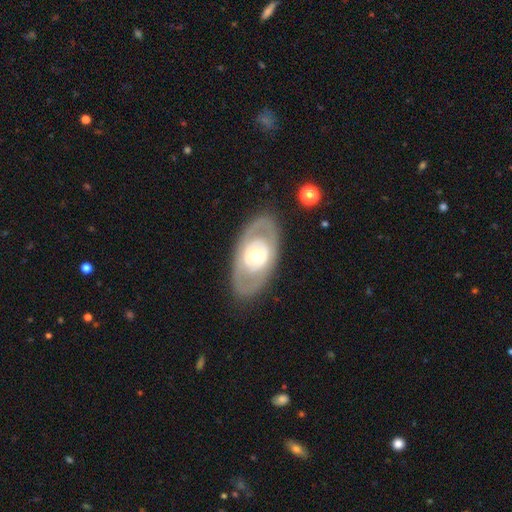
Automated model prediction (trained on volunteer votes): Smooth or featured? Predicted: featured or disk (p=0.64). Edge-on disk? Predicted: no (p=0.89). Bar? Predicted: no (p=0.87). Spiral arms? Predicted: no (p=0.85). Bulge size? Predicted: moderate (p=0.66). Merging? Predicted: none (p=0.81).